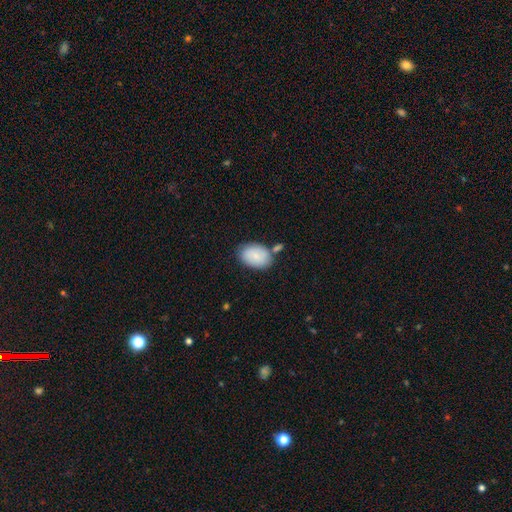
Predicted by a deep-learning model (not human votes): A smooth galaxy with no disk features (82%) that is in between round and cigar-shaped (87%). Merging: none (66%).